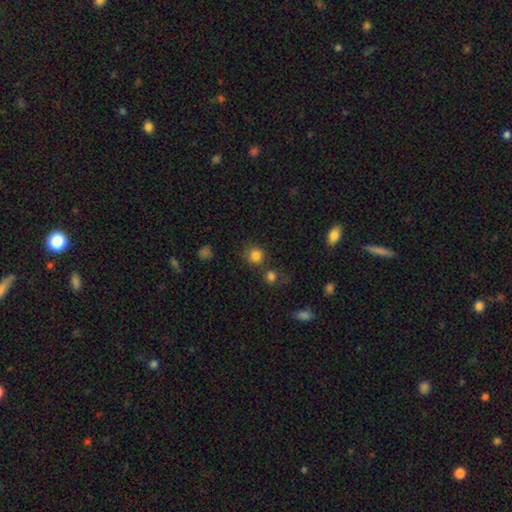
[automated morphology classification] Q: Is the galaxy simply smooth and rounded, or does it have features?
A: smooth — 82%.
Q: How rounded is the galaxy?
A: round — 91%.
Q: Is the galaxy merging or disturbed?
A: none — 73%.